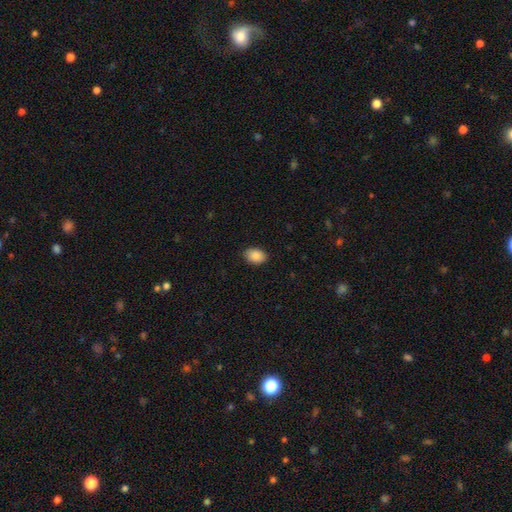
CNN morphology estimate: A smooth galaxy with no disk features (87%) that is in between round and cigar-shaped (79%).

Vote fractions:
- Smooth or featured? smooth: 87% / star or artifact: 7% / featured or disk: 5%
- How rounded? in between: 79% / round: 20% / cigar-shaped: 1%
- Merging? none: 87% / minor disturbance: 10% / major disturbance: 2% / merger: 1%